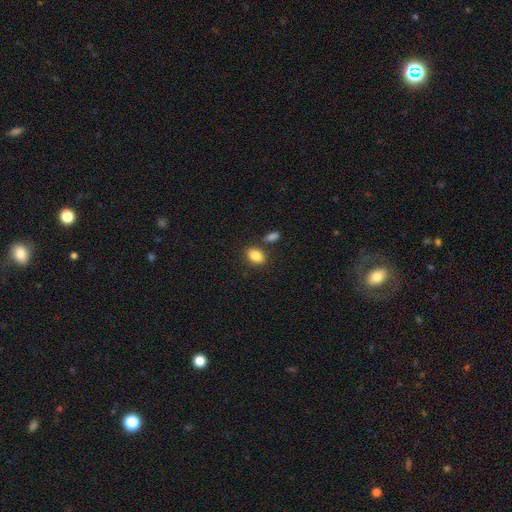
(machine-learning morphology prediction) The model was most divided on "how rounded": in between: 80%, round: 19%, cigar-shaped: 2%. More confident: smooth or featured — smooth (86%); merging — none (74%).